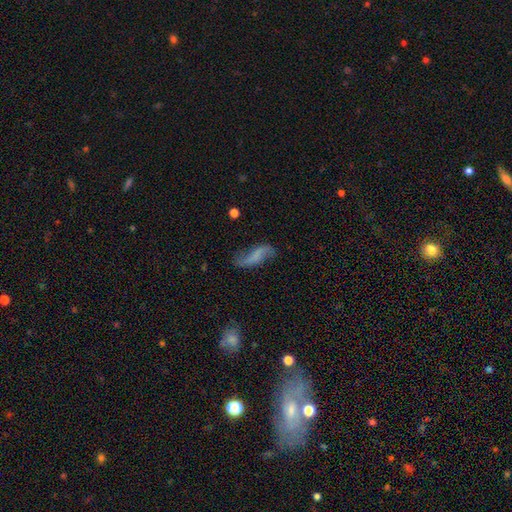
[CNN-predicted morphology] This appears to be a featured or disk galaxy (57%) with no bar (43%), spiral arms (86%) and no central bulge (68%). Merging: none (63%).